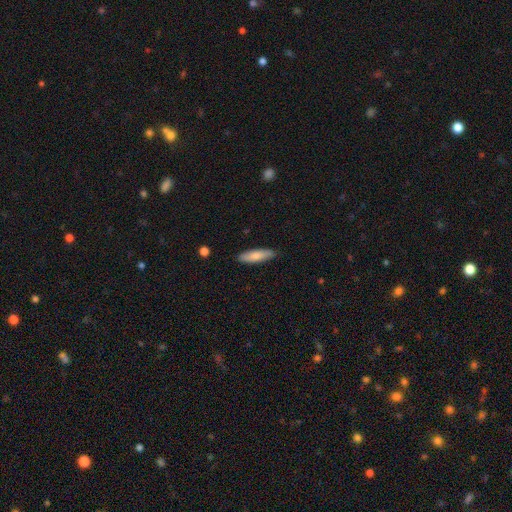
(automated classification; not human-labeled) A smooth galaxy with no disk features (79%) that is cigar-shaped (65%). Merging: none (88%).